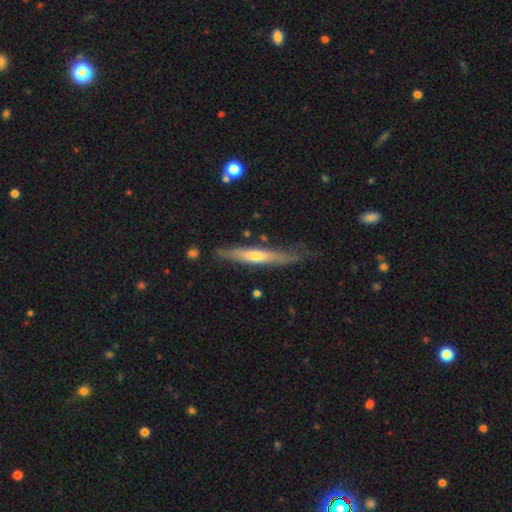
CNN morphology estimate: smooth_or_featured: featured or disk (p=0.56) [alt: smooth p=0.38]
disk_edge_on: yes (p=0.87) [alt: no p=0.13]
merging: none (p=0.70) [alt: minor disturbance p=0.23]